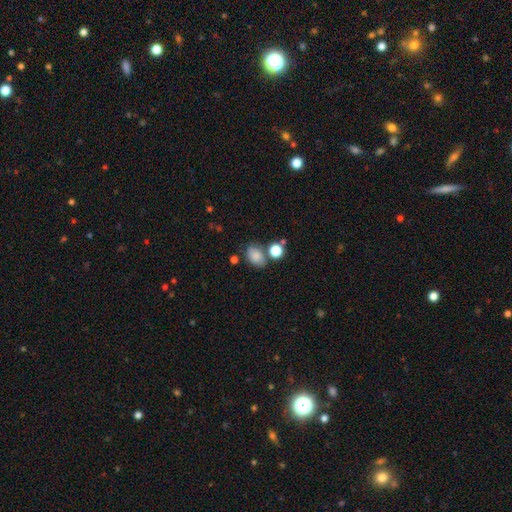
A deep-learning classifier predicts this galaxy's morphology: Smooth or featured? smooth (79%)
How rounded? in between (70%)
Merging? none (60%)